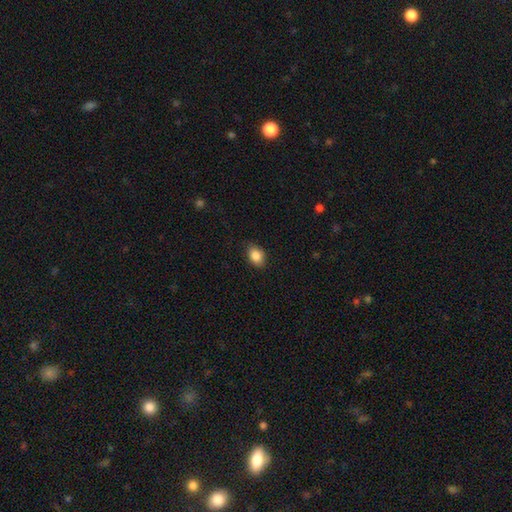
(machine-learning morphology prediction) smooth_or_featured: smooth (p=0.86) [alt: star or artifact p=0.08]
how_rounded: in between (p=0.76) [alt: round p=0.23]
merging: none (p=0.83) [alt: minor disturbance p=0.13]